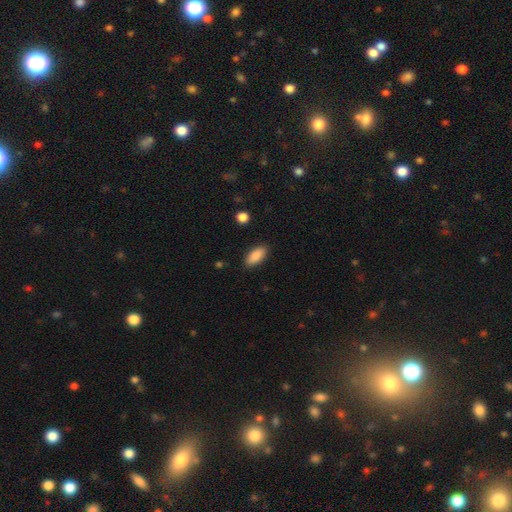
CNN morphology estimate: Smooth or featured?
  - smooth: 89% *
  - star or artifact: 6%
  - featured or disk: 5%
How rounded?
  - in between: 89% *
  - cigar-shaped: 9%
  - round: 2%
Merging?
  - none: 87% *
  - minor disturbance: 9%
  - major disturbance: 2%
  - merger: 1%